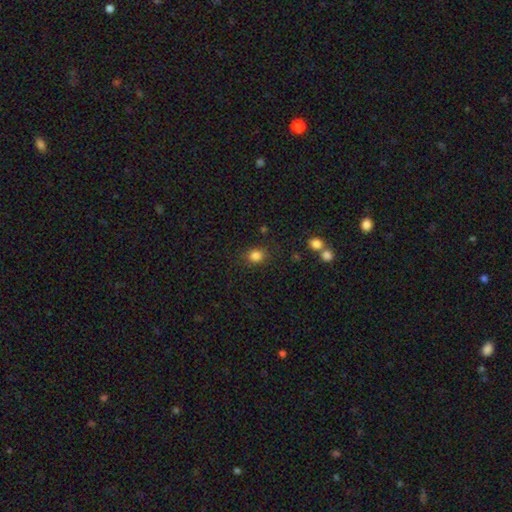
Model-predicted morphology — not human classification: type=smooth (84%); roundness=round (71%); merging=none (85%).